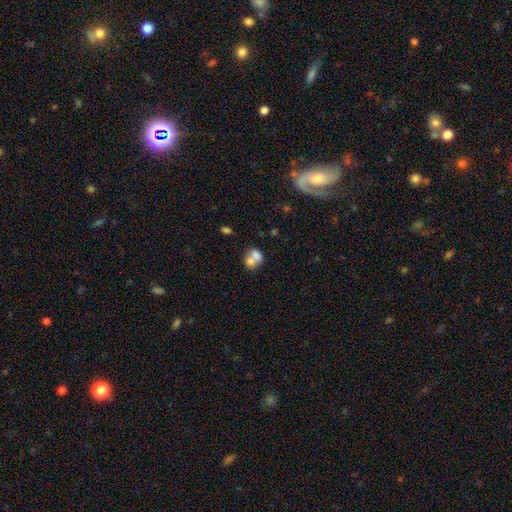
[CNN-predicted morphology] Overall: smooth (68%). How rounded: in between (51%; round 48%). Merging: merger (68%).